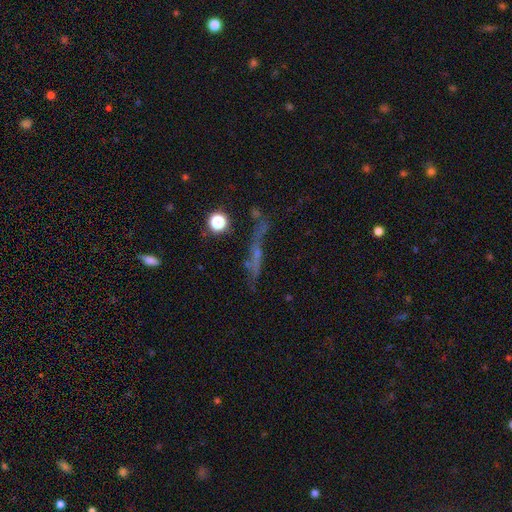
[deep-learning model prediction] Smooth or featured: featured or disk — 46% (smooth — 29%)
Merging: none — 59% (minor disturbance — 18%)